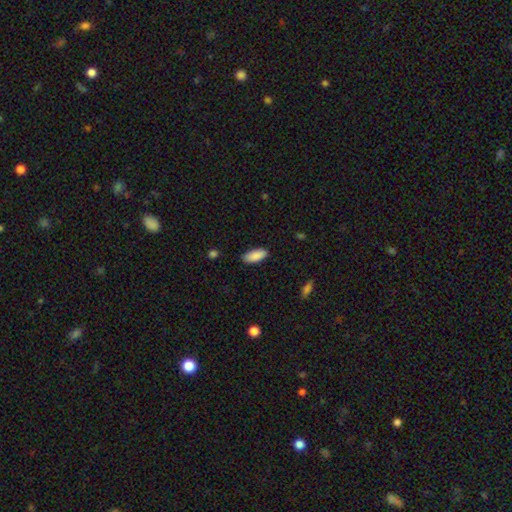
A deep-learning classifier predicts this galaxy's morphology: Smooth or featured?
  - smooth: 89% *
  - star or artifact: 6%
  - featured or disk: 5%
How rounded?
  - in between: 81% *
  - cigar-shaped: 18%
  - round: 2%
Merging?
  - none: 86% *
  - minor disturbance: 11%
  - major disturbance: 2%
  - merger: 1%